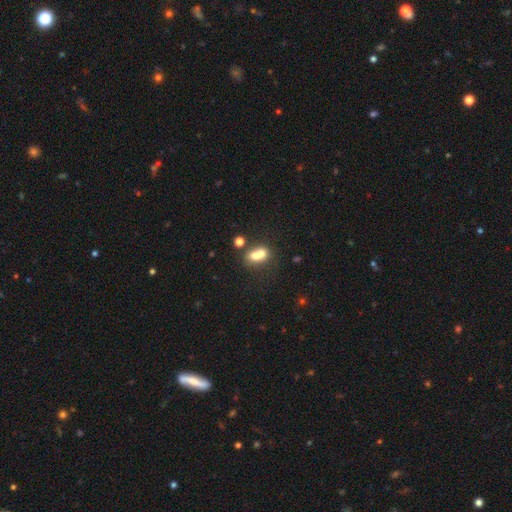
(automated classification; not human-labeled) A smooth galaxy with no disk features (67%) that is in between round and cigar-shaped (55%).

Vote fractions:
- Smooth or featured? smooth: 67% / featured or disk: 21% / star or artifact: 12%
- How rounded? in between: 55% / round: 43% / cigar-shaped: 2%
- Merging? merger: 64% / none: 24% / minor disturbance: 7% / major disturbance: 4%